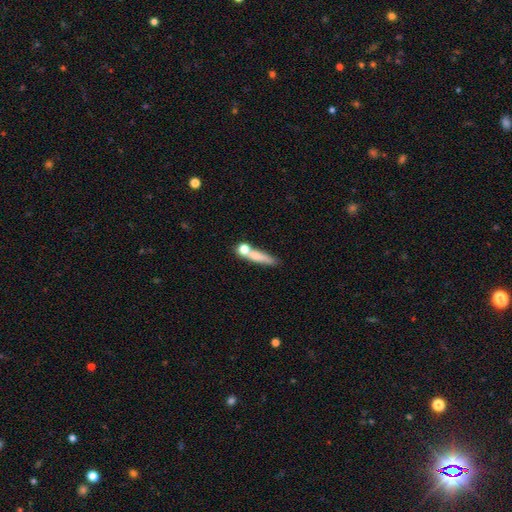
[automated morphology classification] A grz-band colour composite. It shows a smooth galaxy with no disk features (66%) that is cigar-shaped (70%). Merging: none (50%).